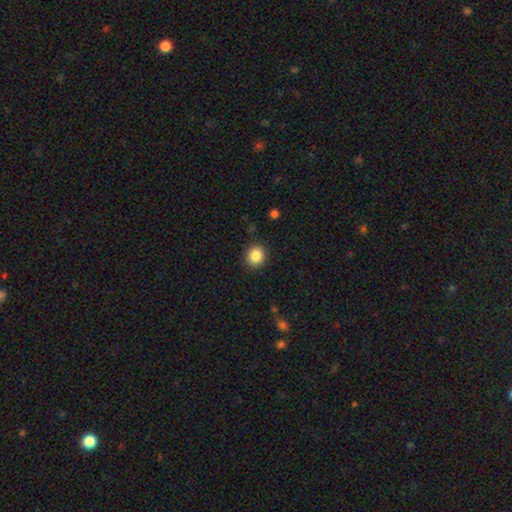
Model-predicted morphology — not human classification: Overall: smooth (86%). How rounded: round (85%). Merging: none (90%).